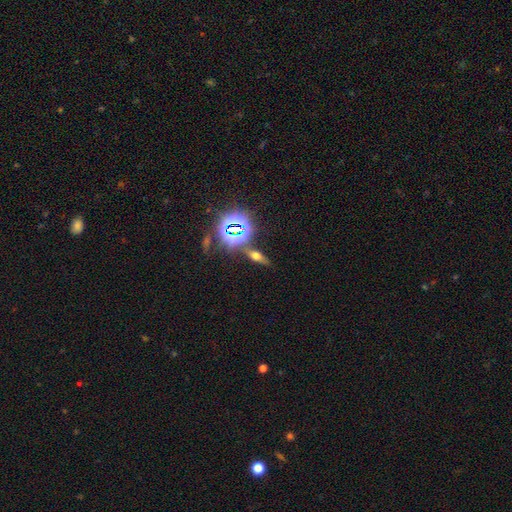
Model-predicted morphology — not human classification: smooth-or-featured: smooth: 40% | star or artifact: 32% | featured or disk: 28%
  merging: none: 77% | minor disturbance: 12% | merger: 7% | major disturbance: 4%